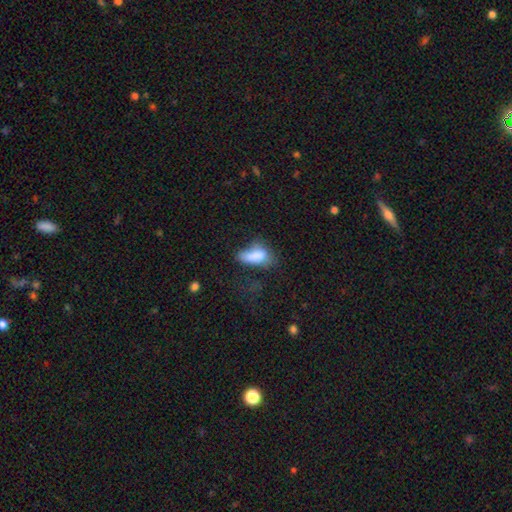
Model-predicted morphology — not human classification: Smooth or featured?
  - smooth: 76% *
  - featured or disk: 14%
  - star or artifact: 10%
How rounded?
  - in between: 85% *
  - cigar-shaped: 10%
  - round: 4%
Merging?
  - major disturbance: 34% *
  - minor disturbance: 30%
  - none: 28%
  - merger: 8%